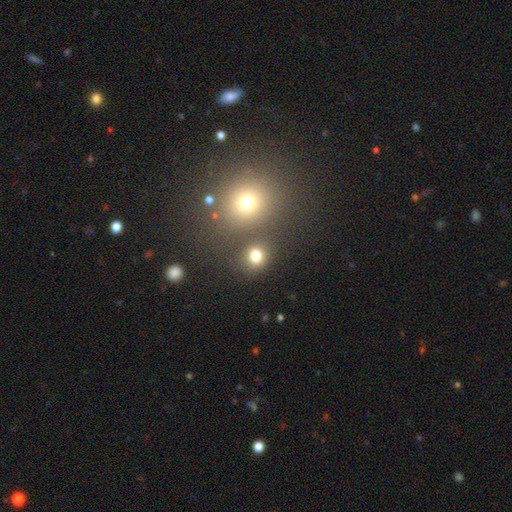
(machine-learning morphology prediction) A smooth galaxy with no disk features (76%) that is round (79%). Merging: none (69%).